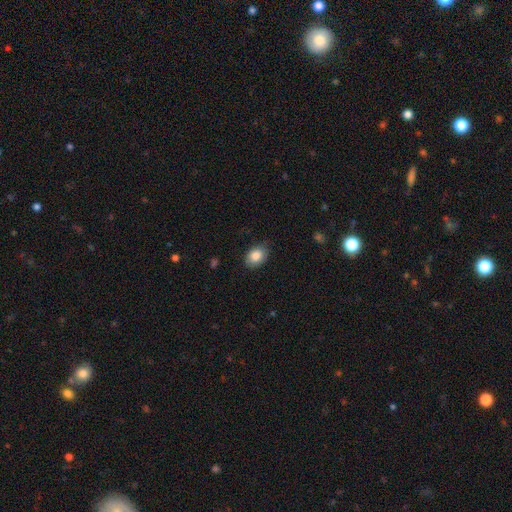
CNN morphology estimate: type=smooth (86%); roundness=in between (74%); merging=none (80%).